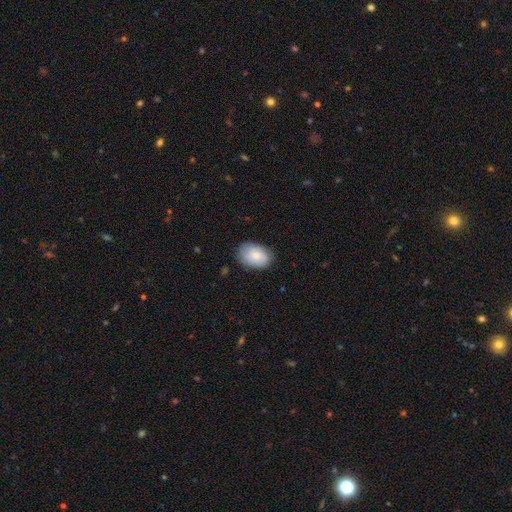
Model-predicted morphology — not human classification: Smooth or featured?
  - smooth: 82% *
  - featured or disk: 12%
  - star or artifact: 6%
How rounded?
  - in between: 84% *
  - round: 15%
  - cigar-shaped: 1%
Merging?
  - none: 78% *
  - minor disturbance: 17%
  - major disturbance: 3%
  - merger: 1%